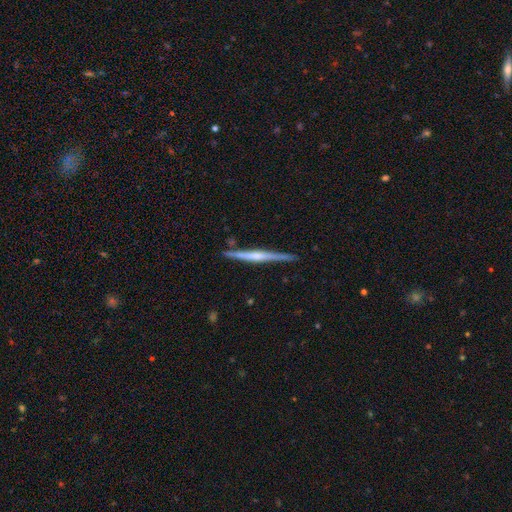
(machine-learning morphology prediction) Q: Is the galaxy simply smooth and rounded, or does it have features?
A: featured or disk — 74%.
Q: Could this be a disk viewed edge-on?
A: yes — 98%.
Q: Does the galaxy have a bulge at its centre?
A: rounded — 54%.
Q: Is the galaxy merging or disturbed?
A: none — 87%.